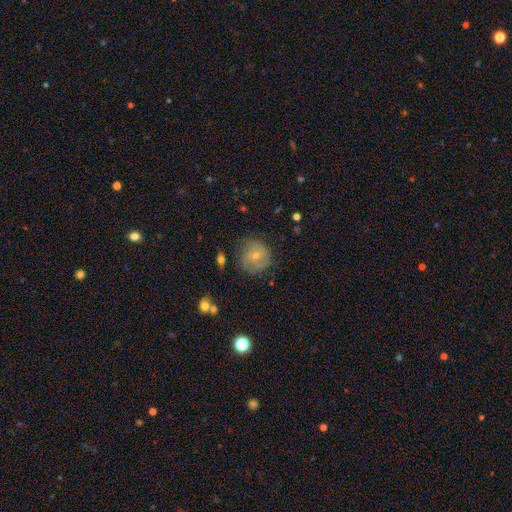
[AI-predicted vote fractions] Smooth or featured: smooth — 54% (featured or disk — 37%)
How rounded: round — 86% (in between — 13%)
Merging: none — 69% (minor disturbance — 22%)